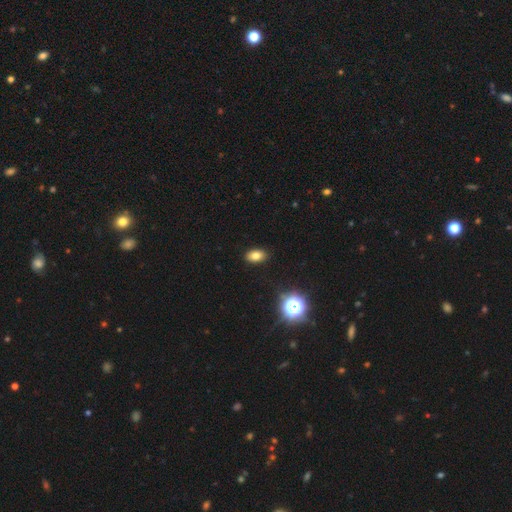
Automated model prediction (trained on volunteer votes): Overall: smooth (79%). How rounded: in between (88%). Merging: none (89%).